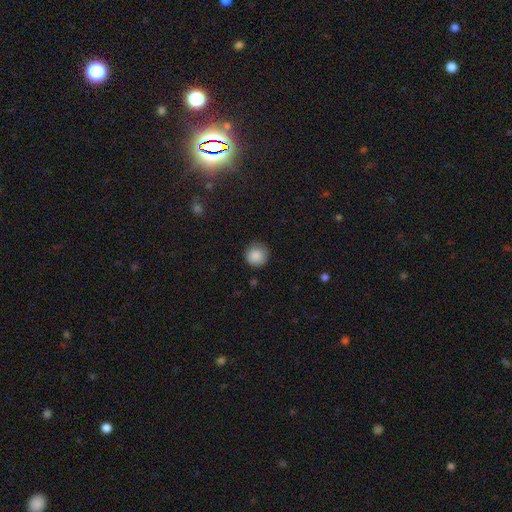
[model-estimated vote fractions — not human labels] A smooth galaxy with no disk features (87%) that is round (95%).

Vote fractions:
- Smooth or featured? smooth: 87% / star or artifact: 9% / featured or disk: 4%
- How rounded? round: 95% / in between: 4% / cigar-shaped: 1%
- Merging? none: 85% / minor disturbance: 11% / major disturbance: 3% / merger: 1%